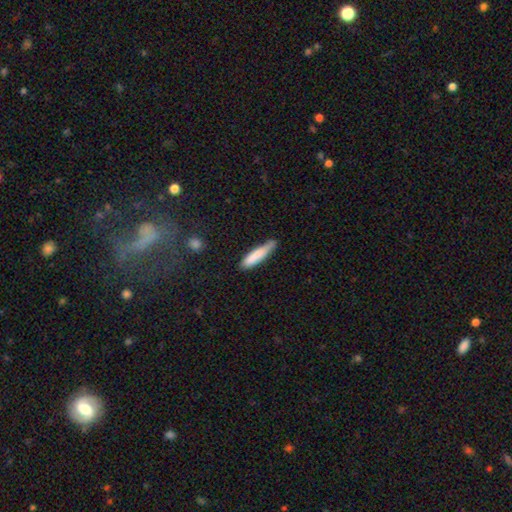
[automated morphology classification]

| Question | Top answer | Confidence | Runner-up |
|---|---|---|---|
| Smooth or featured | smooth | 81% | featured or disk (14%) |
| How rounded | cigar-shaped | 83% | in between (16%) |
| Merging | none | 64% | minor disturbance (28%) |